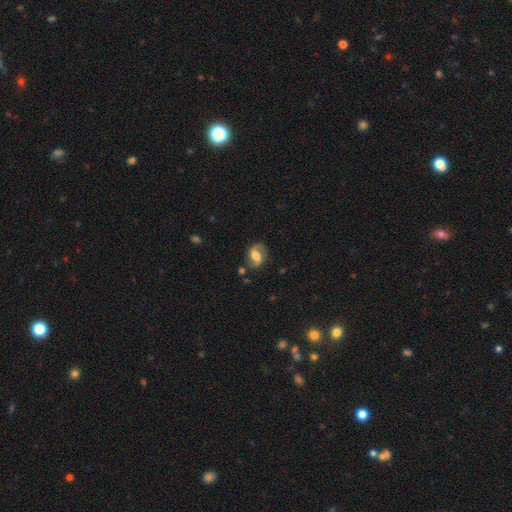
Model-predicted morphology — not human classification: featured or disk 66%, smooth 27%, star or artifact 8%. Down the decision tree: edge-on disk — no (97%); bar — weak (44%); spiral arms — yes (89%); spiral arm count — 2 (87%); spiral winding — loose (43%); bulge size — moderate (47%); merging — none (71%).